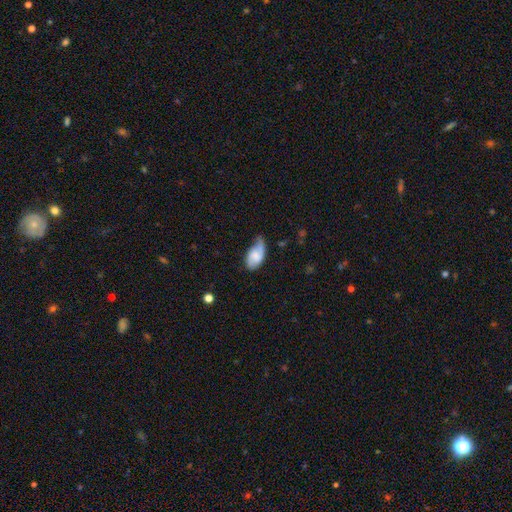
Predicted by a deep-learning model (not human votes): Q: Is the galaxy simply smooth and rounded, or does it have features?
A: smooth — 51%.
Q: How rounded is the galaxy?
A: in between — 92%.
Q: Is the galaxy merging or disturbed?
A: minor disturbance — 43%.